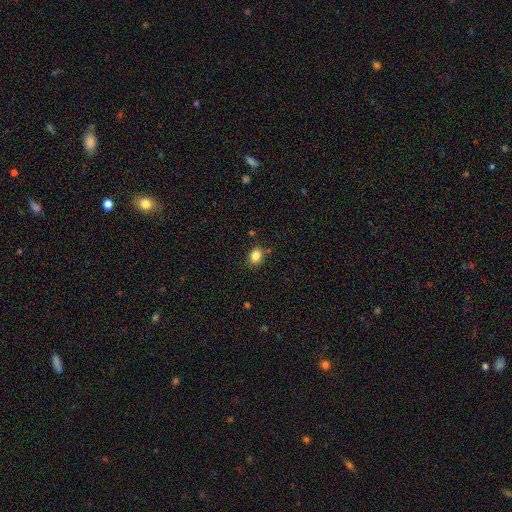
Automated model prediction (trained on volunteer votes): smooth 84%, star or artifact 10%, featured or disk 6%. Down the decision tree: how rounded — in between (60%); merging — none (82%).